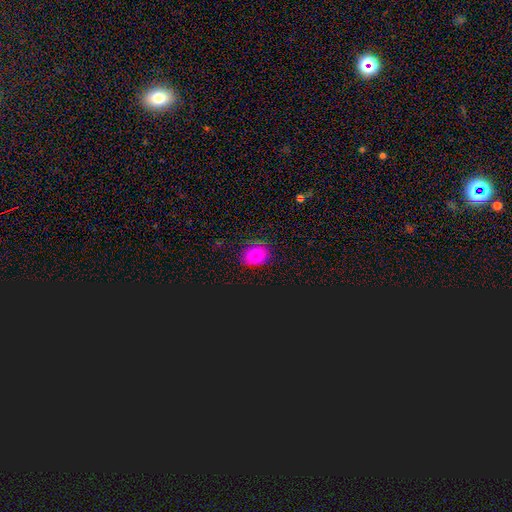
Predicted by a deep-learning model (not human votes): A smooth galaxy with no disk features (74%) that is round (51%). Merging: none (82%).